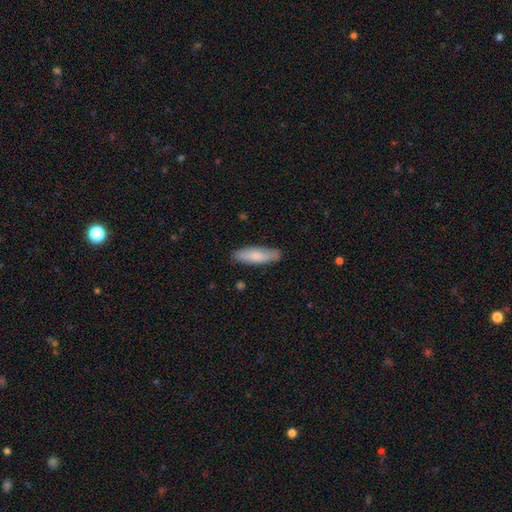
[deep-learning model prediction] Smooth or featured: smooth — 80% (featured or disk — 14%)
How rounded: cigar-shaped — 55% (in between — 44%)
Merging: none — 85% (minor disturbance — 11%)